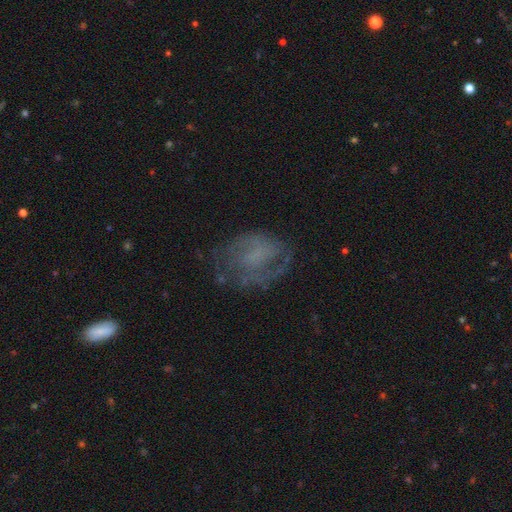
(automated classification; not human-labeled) This is likely a featured or disk galaxy (60%). It is clearly not viewed edge-on (97%). Bar: likely no (63%). Spiral arm pattern: likely yes (67%). Central bulge: possibly none (59%). Merging: possibly none (55%).